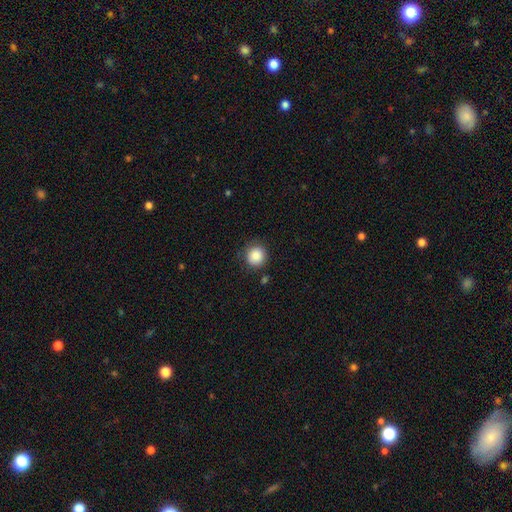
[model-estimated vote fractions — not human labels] Overall: smooth (87%). How rounded: round (90%). Merging: none (84%).